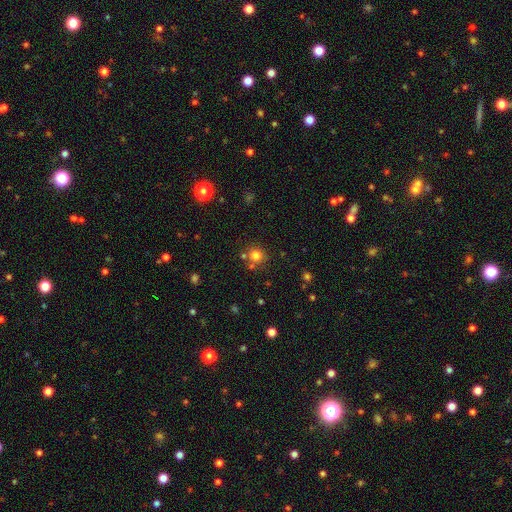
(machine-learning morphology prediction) smooth-or-featured: smooth: 78% | star or artifact: 15% | featured or disk: 7%
  how-rounded: round: 89% | in between: 10% | cigar-shaped: 1%
  merging: none: 74% | merger: 14% | minor disturbance: 9% | major disturbance: 3%